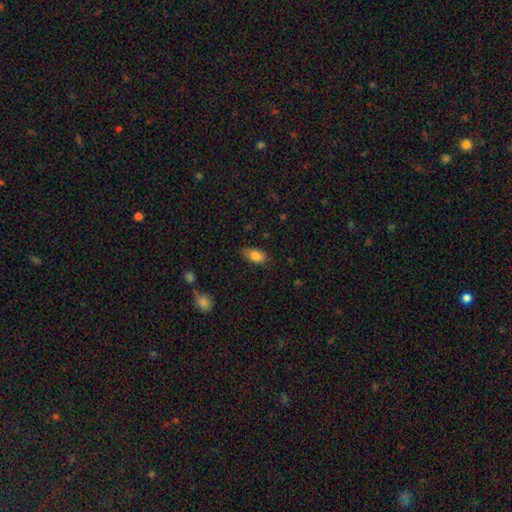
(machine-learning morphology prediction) Overall: smooth (83%). How rounded: in between (89%). Merging: none (74%).